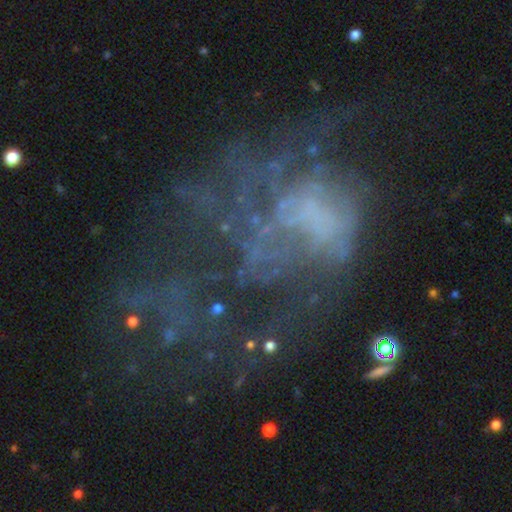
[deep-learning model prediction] A featured or disk galaxy (54%) with no bar (81%), no spiral arms (68%) and no central bulge (67%). Merging: major disturbance (41%).